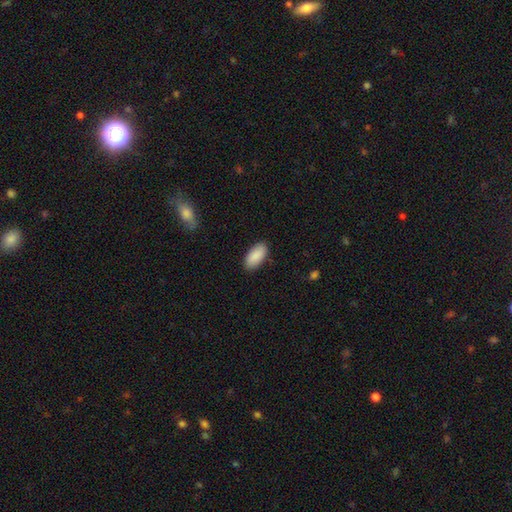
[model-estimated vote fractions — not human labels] Overall: smooth (90%). How rounded: in between (94%). Merging: none (88%).